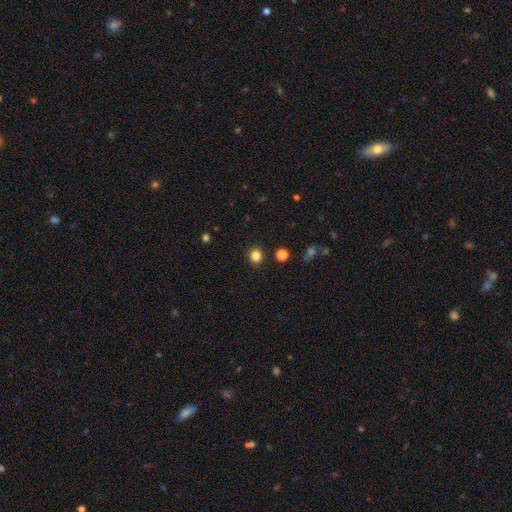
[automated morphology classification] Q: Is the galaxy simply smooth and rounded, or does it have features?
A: smooth — 82%.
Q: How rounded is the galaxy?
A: round — 80%.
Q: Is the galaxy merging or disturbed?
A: none — 90%.